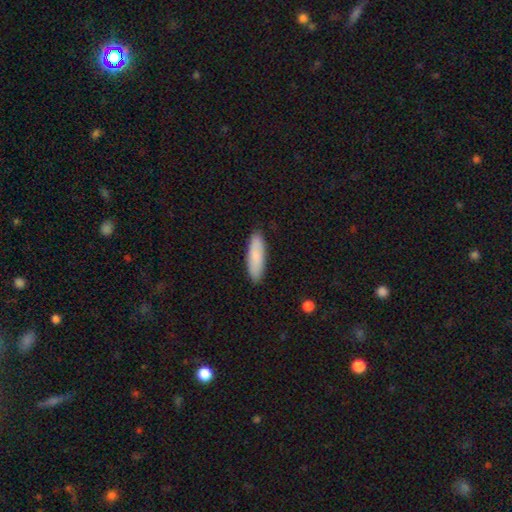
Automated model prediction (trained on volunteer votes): Overall: smooth (84%). How rounded: cigar-shaped (55%; in between 44%). Merging: none (89%).